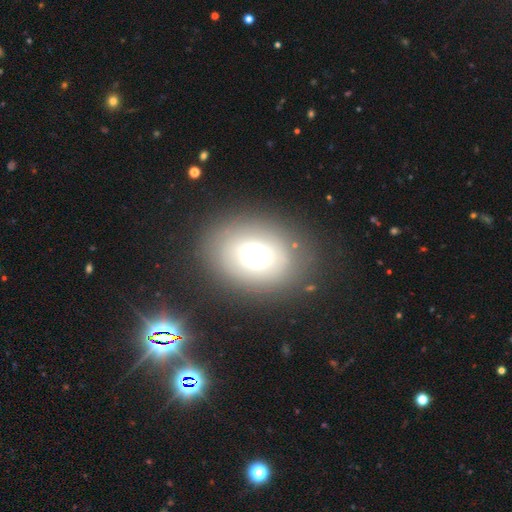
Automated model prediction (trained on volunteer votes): Smooth or featured? Predicted: smooth (p=0.44). Merging? Predicted: none (p=0.78).